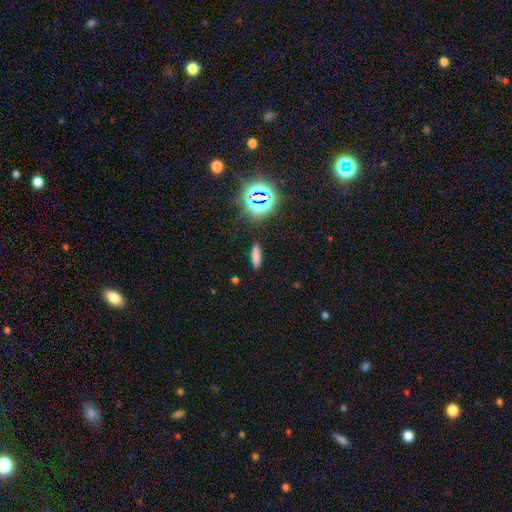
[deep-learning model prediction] This is likely a smooth galaxy (73%). How rounded: likely cigar-shaped (60%). Merging: clearly none (86%).